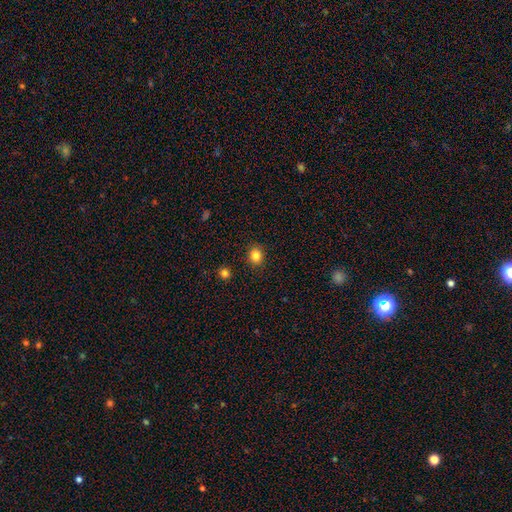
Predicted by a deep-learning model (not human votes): Smooth or featured?
  - smooth: 84% *
  - star or artifact: 12%
  - featured or disk: 5%
How rounded?
  - round: 71% *
  - in between: 29%
  - cigar-shaped: 1%
Merging?
  - none: 90% *
  - minor disturbance: 6%
  - major disturbance: 2%
  - merger: 1%